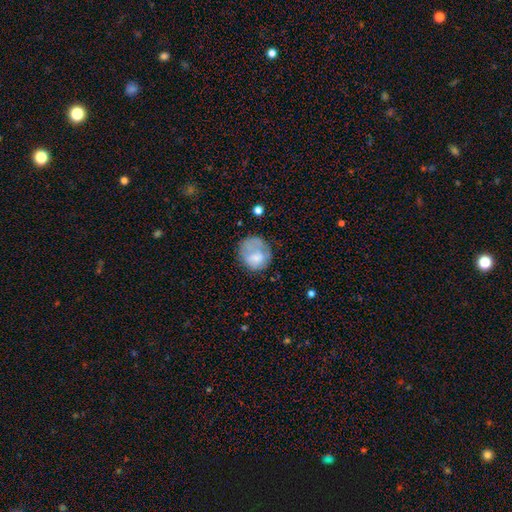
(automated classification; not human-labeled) Morphology: type=smooth (65%); roundness=round (77%); merging=none (51%).